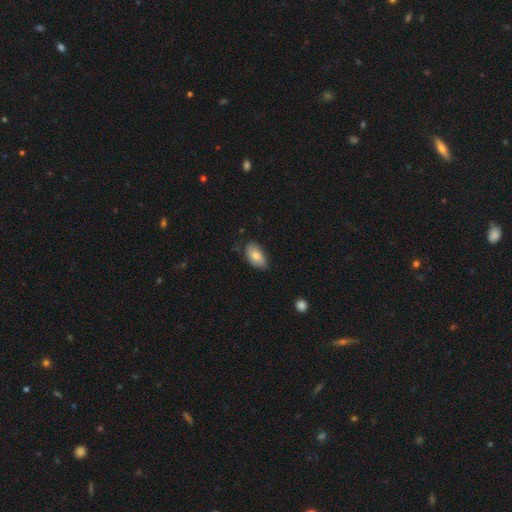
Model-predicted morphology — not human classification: Smooth or featured? smooth (79%)
How rounded? in between (93%)
Merging? none (74%)